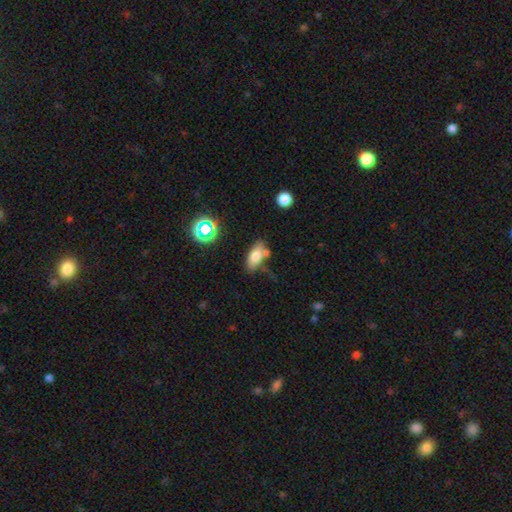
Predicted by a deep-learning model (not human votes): The model was most divided on "merging": none: 63%, minor disturbance: 18%, merger: 14%, major disturbance: 6%. More confident: how rounded — in between (83%); smooth or featured — smooth (72%).